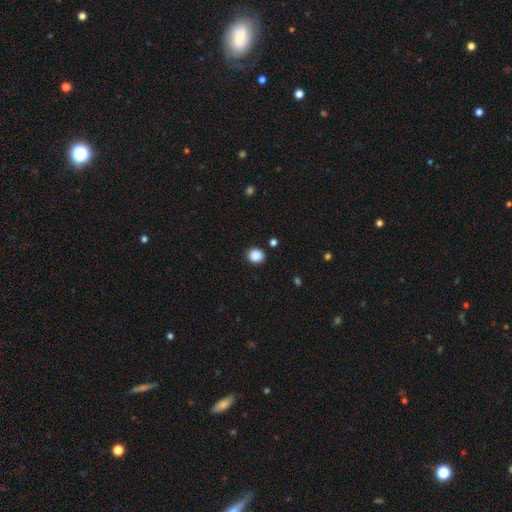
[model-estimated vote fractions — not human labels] smooth_or_featured: smooth (p=0.88) [alt: star or artifact p=0.10]
how_rounded: round (p=0.79) [alt: in between p=0.20]
merging: none (p=0.88) [alt: minor disturbance p=0.07]